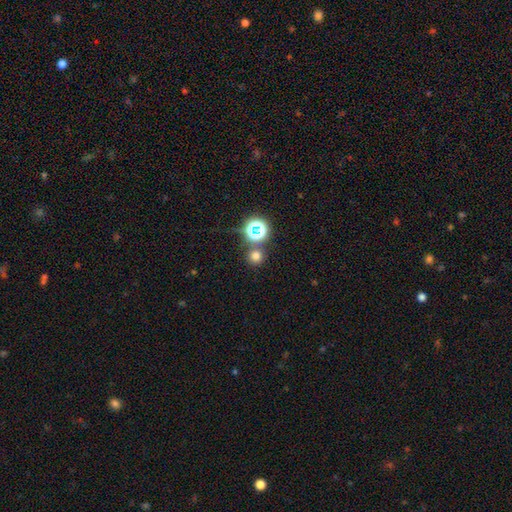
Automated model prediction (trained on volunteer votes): A smooth galaxy with no disk features (69%) that is round (92%). Merging: none (77%).